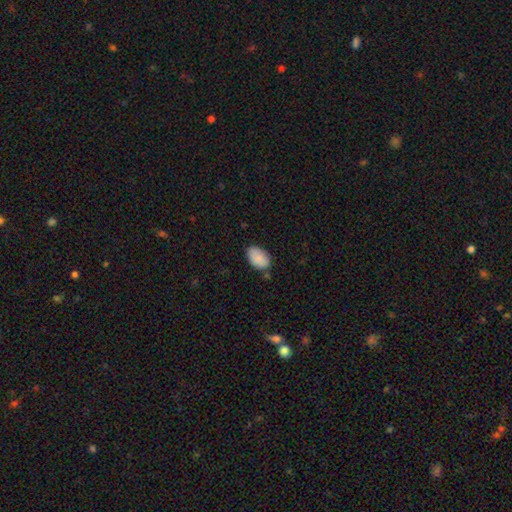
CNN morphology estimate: Smooth or featured?
  - smooth: 87% *
  - star or artifact: 7%
  - featured or disk: 6%
How rounded?
  - in between: 91% *
  - round: 8%
  - cigar-shaped: 1%
Merging?
  - none: 72% *
  - minor disturbance: 22%
  - major disturbance: 3%
  - merger: 3%